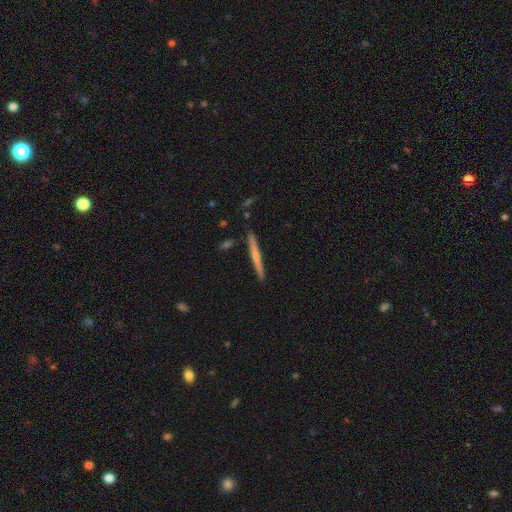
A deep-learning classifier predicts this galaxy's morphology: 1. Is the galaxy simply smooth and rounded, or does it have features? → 51% smooth, 43% featured or disk, 5% star or artifact.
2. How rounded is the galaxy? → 96% cigar-shaped, 2% in between, 2% round.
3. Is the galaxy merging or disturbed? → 90% none, 7% minor disturbance, 2% merger, 1% major disturbance.